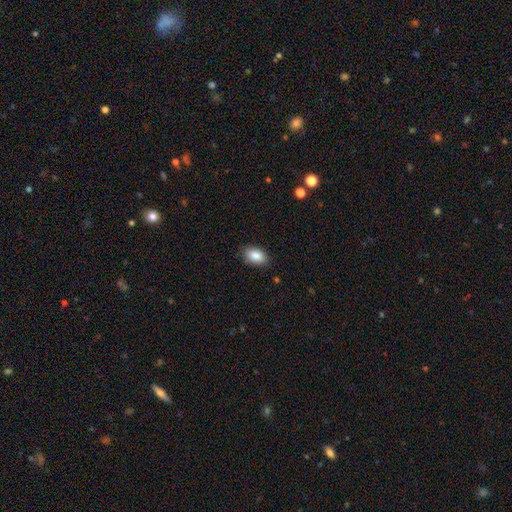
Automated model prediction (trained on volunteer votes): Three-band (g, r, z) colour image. It shows a smooth galaxy with no disk features (88%) that is in between round and cigar-shaped (91%). Merging: none (85%).